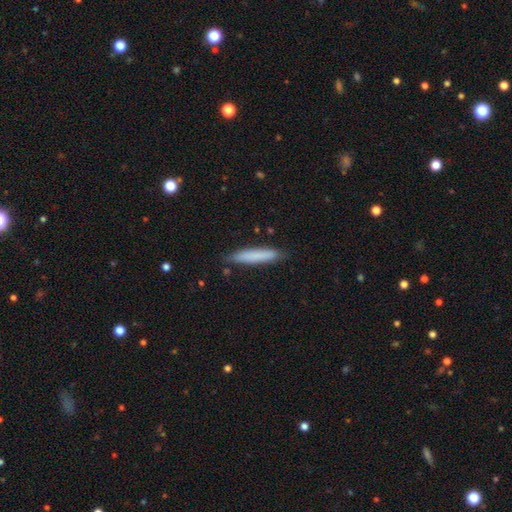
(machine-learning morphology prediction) Q: Smooth or featured?
A: smooth (79%); runner-up: featured or disk (15%)
Q: How rounded?
A: cigar-shaped (91%); runner-up: in between (8%)
Q: Merging?
A: none (85%); runner-up: minor disturbance (11%)